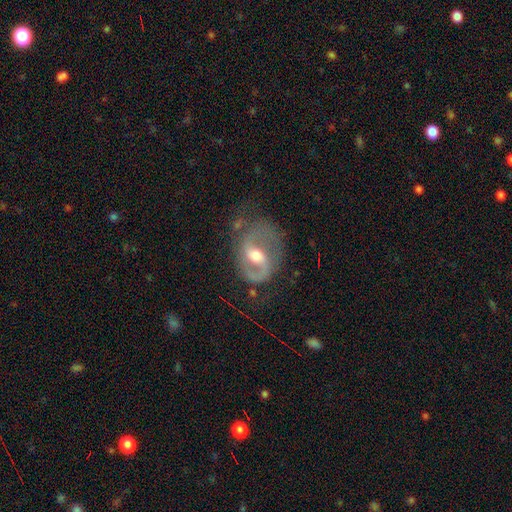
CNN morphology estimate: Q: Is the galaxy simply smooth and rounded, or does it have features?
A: featured or disk — 85%.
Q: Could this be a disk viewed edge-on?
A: no — 97%.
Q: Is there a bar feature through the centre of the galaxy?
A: weak — 50%.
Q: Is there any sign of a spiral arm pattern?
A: yes — 92%.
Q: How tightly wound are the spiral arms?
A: medium — 52%.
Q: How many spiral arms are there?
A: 2 — 78%.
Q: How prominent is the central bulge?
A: moderate — 69%.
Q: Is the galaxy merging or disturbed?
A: none — 59%.